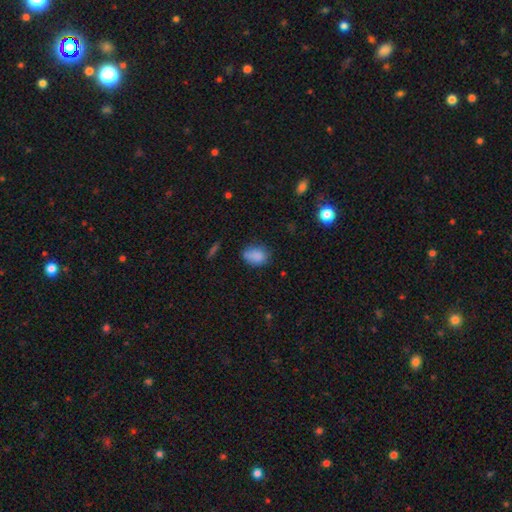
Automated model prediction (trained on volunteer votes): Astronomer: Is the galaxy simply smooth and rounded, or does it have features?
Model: smooth — 84%.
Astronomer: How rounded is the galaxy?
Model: in between — 72%.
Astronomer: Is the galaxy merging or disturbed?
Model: none — 64%.